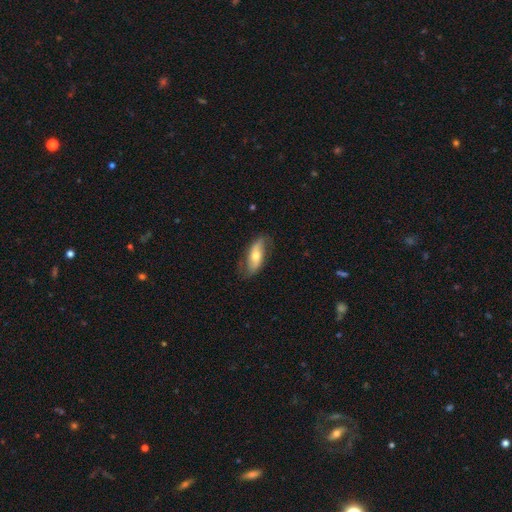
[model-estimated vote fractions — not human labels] Smooth or featured? Predicted: featured or disk (p=0.54). Edge-on disk? Predicted: no (p=0.82). Merging? Predicted: none (p=0.72).